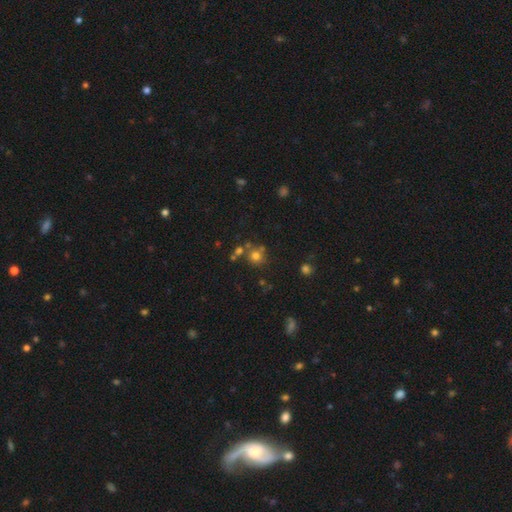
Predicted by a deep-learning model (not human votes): smooth-or-featured: smooth: 70% | star or artifact: 20% | featured or disk: 10%
  how-rounded: round: 88% | in between: 11% | cigar-shaped: 1%
  merging: none: 66% | merger: 20% | minor disturbance: 10% | major disturbance: 4%